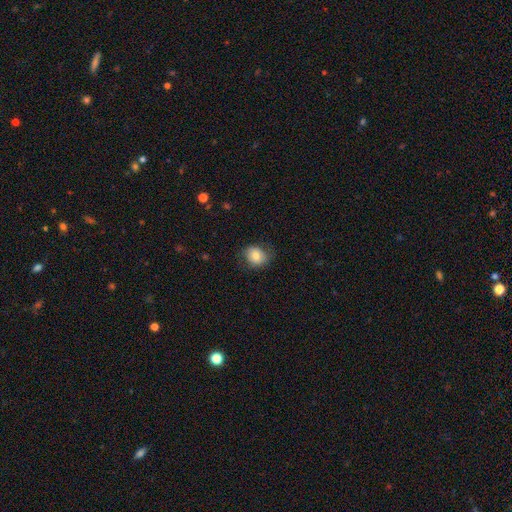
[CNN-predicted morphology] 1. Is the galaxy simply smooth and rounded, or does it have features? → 78% smooth, 14% featured or disk, 9% star or artifact.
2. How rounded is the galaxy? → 61% round, 38% in between, 1% cigar-shaped.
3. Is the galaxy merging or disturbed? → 72% none, 20% minor disturbance, 7% major disturbance, 1% merger.